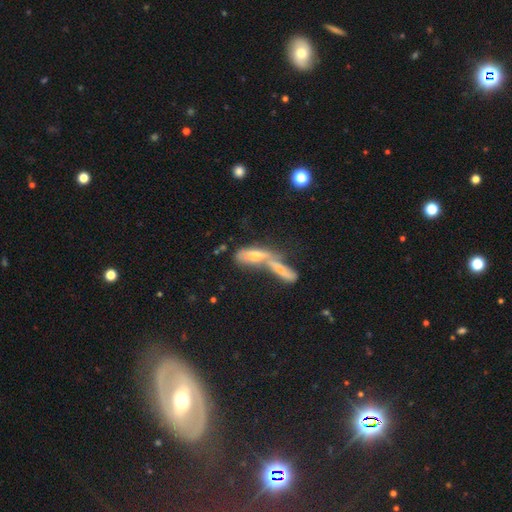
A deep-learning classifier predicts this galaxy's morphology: smooth 46%, featured or disk 41%, star or artifact 13%. Down the decision tree: merging — merger (69%).